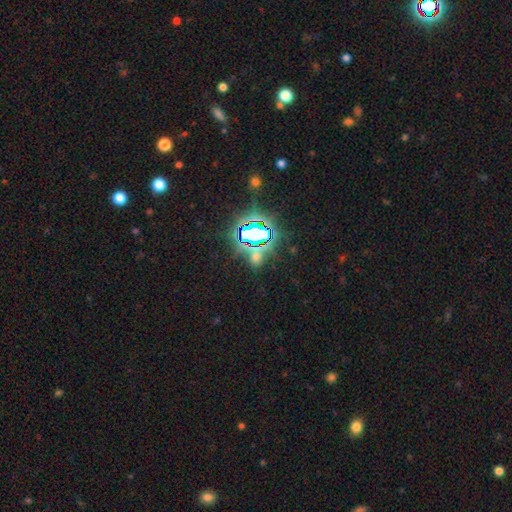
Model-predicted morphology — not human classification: smooth_or_featured: star or artifact (p=0.69) [alt: smooth p=0.22]